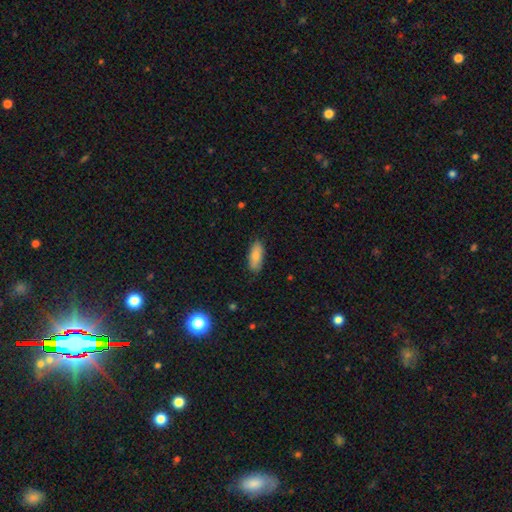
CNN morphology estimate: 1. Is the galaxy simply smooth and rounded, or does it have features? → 80% smooth, 13% featured or disk, 7% star or artifact.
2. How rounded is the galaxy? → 77% in between, 20% cigar-shaped, 2% round.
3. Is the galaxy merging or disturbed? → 84% none, 13% minor disturbance, 2% major disturbance, 1% merger.